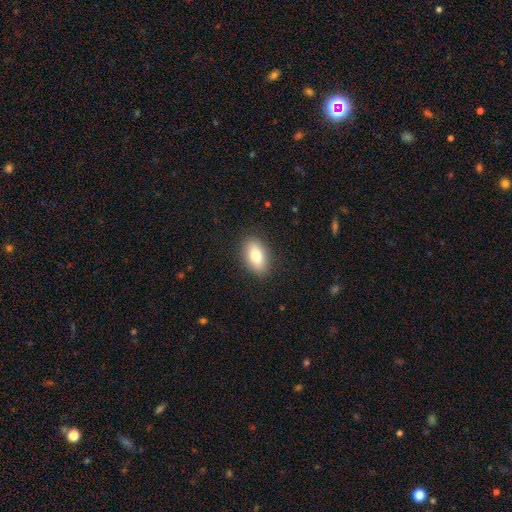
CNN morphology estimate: This is likely a smooth galaxy (78%). How rounded: clearly in between (90%). Merging: clearly none (88%).